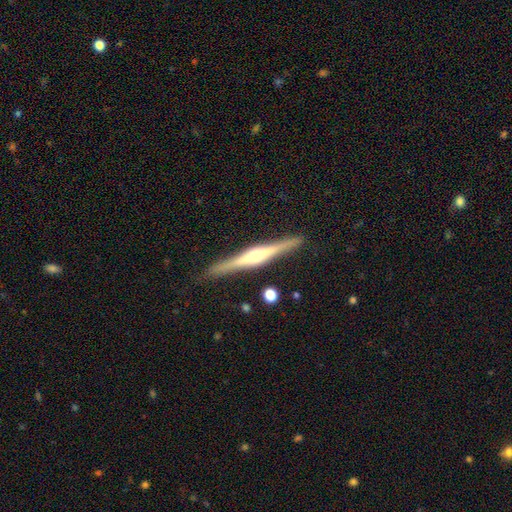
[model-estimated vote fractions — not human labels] Smooth or featured? Predicted: featured or disk (p=0.79). Edge-on disk? Predicted: yes (p=0.98). Edge-on bulge? Predicted: rounded (p=0.82). Merging? Predicted: none (p=0.88).